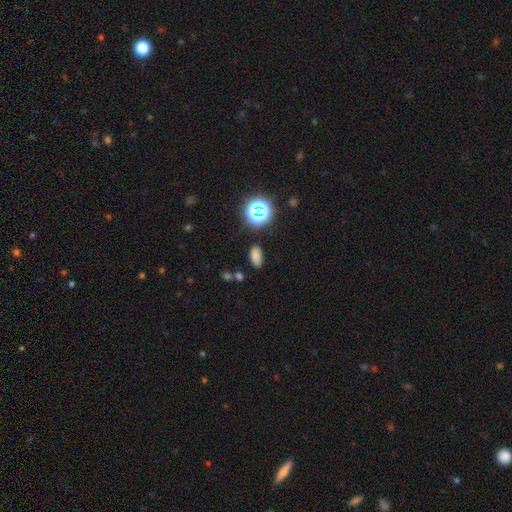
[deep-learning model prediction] A smooth galaxy with no disk features (74%) that is in between round and cigar-shaped (88%). Merging: none (84%).